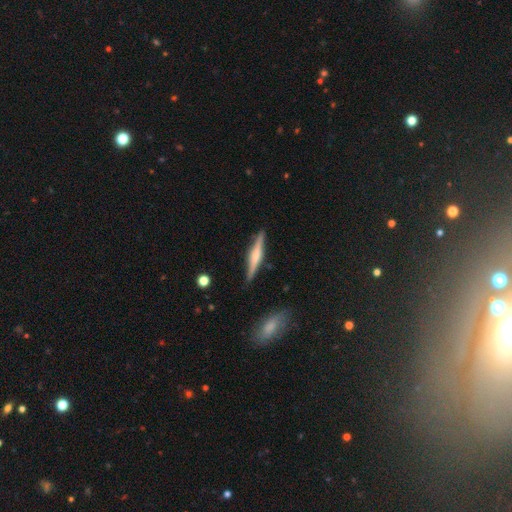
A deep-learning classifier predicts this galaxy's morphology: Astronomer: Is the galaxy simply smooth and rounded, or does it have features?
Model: featured or disk — 64%.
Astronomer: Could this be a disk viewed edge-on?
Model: yes — 97%.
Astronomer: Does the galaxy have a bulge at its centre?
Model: rounded — 61%.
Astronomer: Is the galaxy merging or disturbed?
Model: none — 88%.